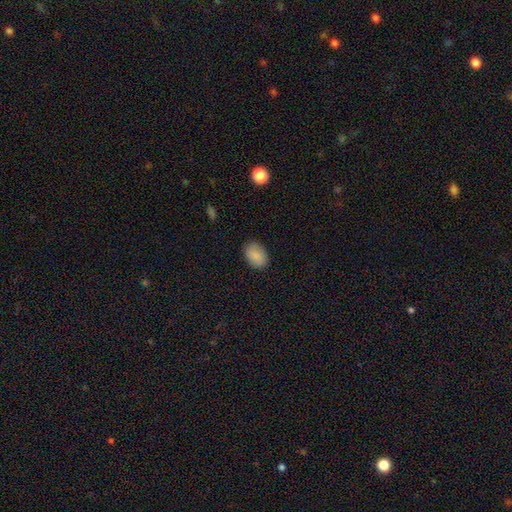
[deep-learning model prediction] Overall: smooth (88%). How rounded: in between (83%). Merging: none (85%).